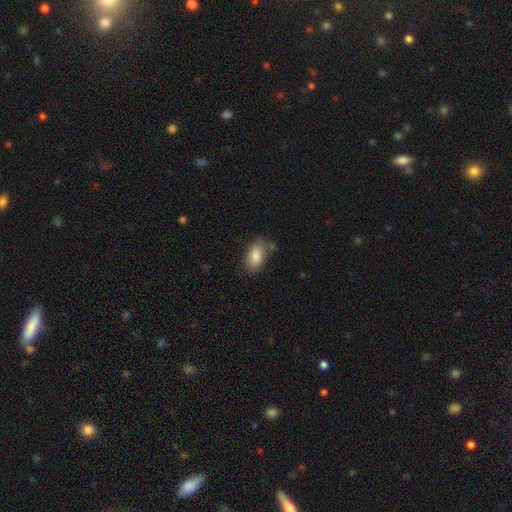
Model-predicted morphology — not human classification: type=smooth (83%); roundness=in between (91%); merging=none (76%).